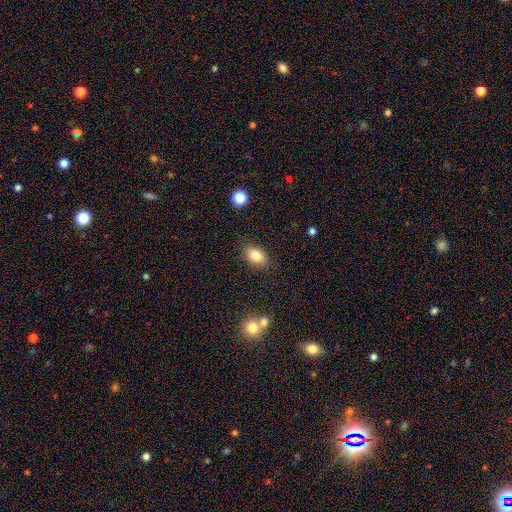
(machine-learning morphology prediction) The model was most divided on "how rounded": in between: 85%, round: 13%, cigar-shaped: 2%. More confident: merging — none (85%); smooth or featured — smooth (82%).